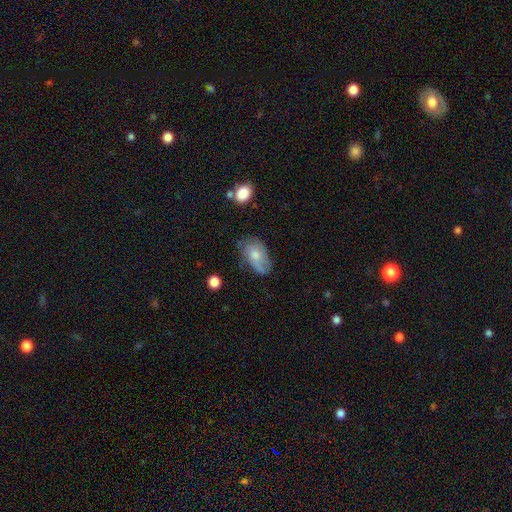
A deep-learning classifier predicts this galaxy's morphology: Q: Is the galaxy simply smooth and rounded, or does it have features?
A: smooth — 61%.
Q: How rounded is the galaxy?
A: in between — 91%.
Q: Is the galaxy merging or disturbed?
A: none — 53%.